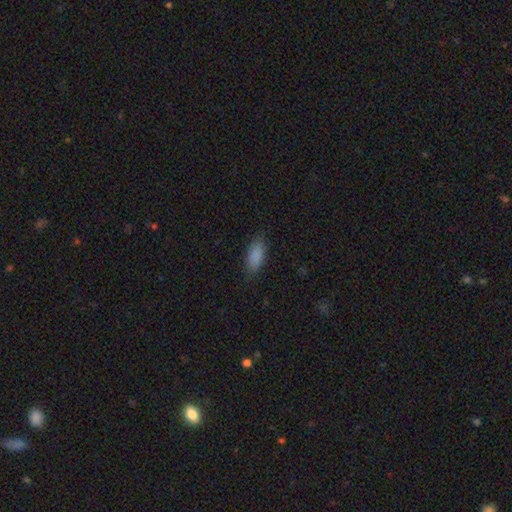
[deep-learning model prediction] Smooth or featured? smooth (88%)
How rounded? in between (83%)
Merging? none (85%)